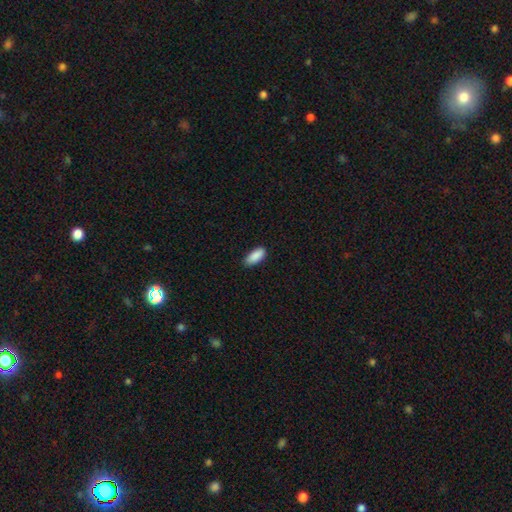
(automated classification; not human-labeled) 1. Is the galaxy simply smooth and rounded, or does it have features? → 90% smooth, 6% star or artifact, 4% featured or disk.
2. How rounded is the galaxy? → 86% in between, 12% cigar-shaped, 2% round.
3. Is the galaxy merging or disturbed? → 84% none, 13% minor disturbance, 2% major disturbance, 1% merger.